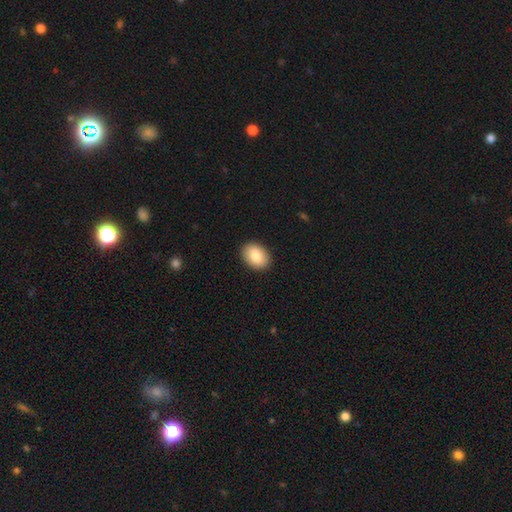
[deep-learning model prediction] A smooth galaxy with no disk features (84%) that is in between round and cigar-shaped (75%). Merging: none (91%).